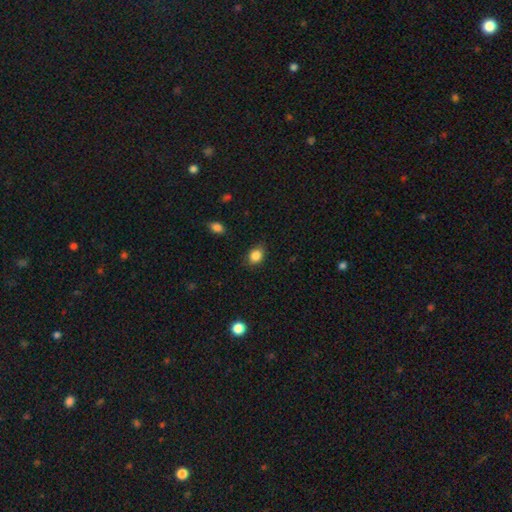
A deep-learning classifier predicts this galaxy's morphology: A smooth galaxy with no disk features (86%) that is in between round and cigar-shaped (53%).

Vote fractions:
- Smooth or featured? smooth: 86% / star or artifact: 10% / featured or disk: 5%
- How rounded? in between: 53% / round: 46% / cigar-shaped: 1%
- Merging? none: 78% / minor disturbance: 18% / major disturbance: 3% / merger: 1%